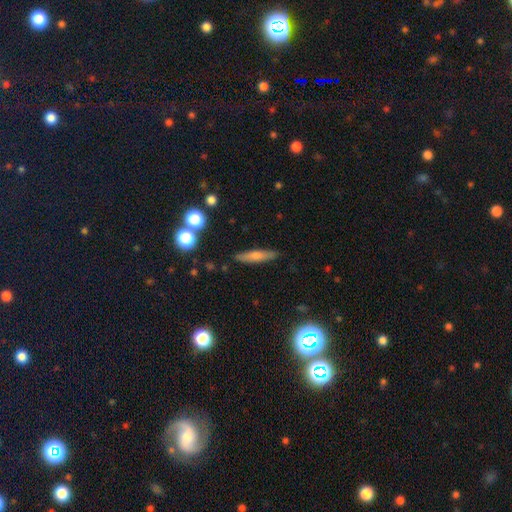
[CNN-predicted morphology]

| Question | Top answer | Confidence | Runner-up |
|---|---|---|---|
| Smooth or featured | smooth | 64% | featured or disk (28%) |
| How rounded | cigar-shaped | 84% | in between (14%) |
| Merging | none | 86% | minor disturbance (9%) |